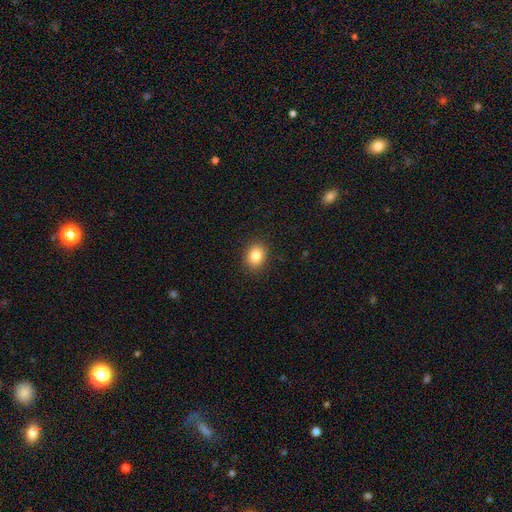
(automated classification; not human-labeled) A smooth galaxy with no disk features (84%) that is round (52%).

Vote fractions:
- Smooth or featured? smooth: 84% / star or artifact: 10% / featured or disk: 6%
- How rounded? round: 52% / in between: 47% / cigar-shaped: 1%
- Merging? none: 89% / minor disturbance: 7% / major disturbance: 2% / merger: 1%